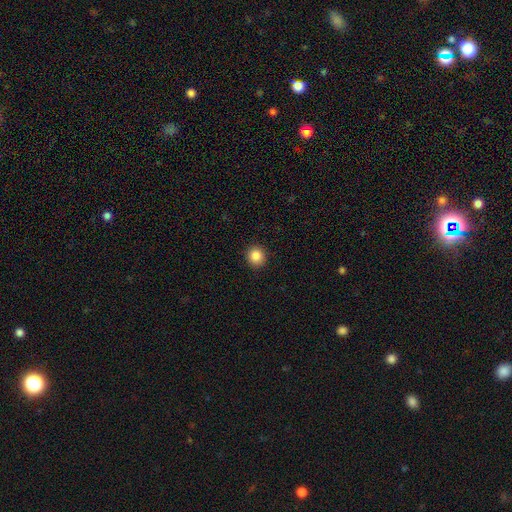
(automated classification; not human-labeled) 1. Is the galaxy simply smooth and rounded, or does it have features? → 86% smooth, 10% star or artifact, 4% featured or disk.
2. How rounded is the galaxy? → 91% round, 8% in between, 1% cigar-shaped.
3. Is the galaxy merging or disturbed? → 93% none, 5% minor disturbance, 2% major disturbance, 1% merger.